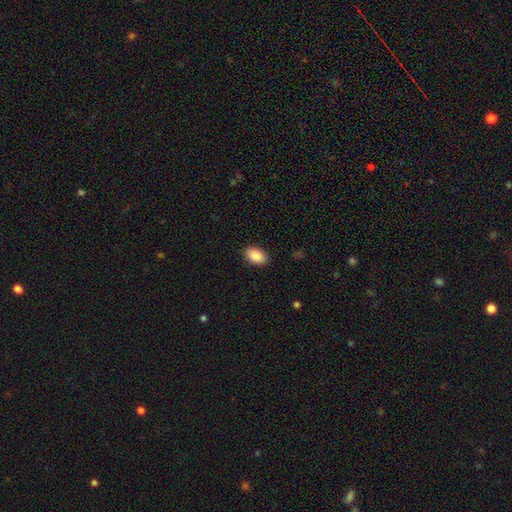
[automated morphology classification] Smooth or featured: smooth — 90% (star or artifact — 7%)
How rounded: in between — 91% (round — 7%)
Merging: none — 89% (minor disturbance — 8%)